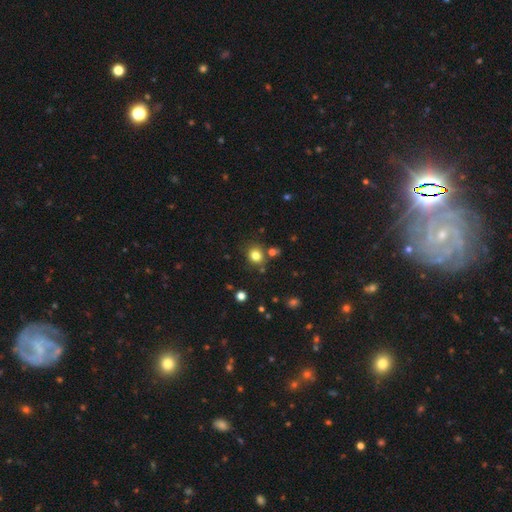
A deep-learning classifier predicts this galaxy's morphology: This is clearly a smooth galaxy (80%). How rounded: likely round (77%). Merging: likely none (77%).